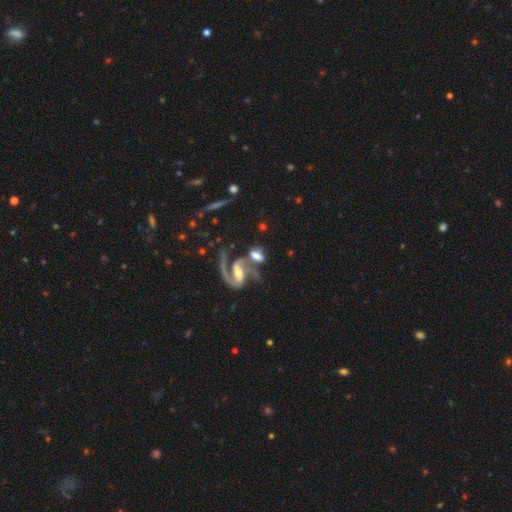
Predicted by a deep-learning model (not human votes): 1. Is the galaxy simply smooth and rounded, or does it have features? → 61% featured or disk, 31% smooth, 8% star or artifact.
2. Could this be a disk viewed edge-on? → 94% no, 6% yes.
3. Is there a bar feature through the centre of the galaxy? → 40% weak, 34% strong, 26% no.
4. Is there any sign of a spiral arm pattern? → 87% yes, 13% no.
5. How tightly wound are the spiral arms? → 44% loose, 42% medium, 14% tight.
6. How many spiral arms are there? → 75% 2, 16% 1, 5% can't tell, 2% 3, 1% 4, 1% more than 4.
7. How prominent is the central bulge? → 47% moderate, 27% small, 16% large, 7% none, 3% dominant.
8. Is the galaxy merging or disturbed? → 45% merger, 34% none, 11% major disturbance, 11% minor disturbance.